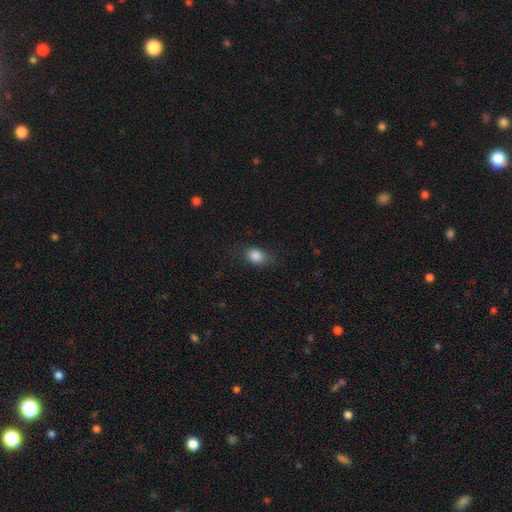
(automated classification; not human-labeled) This is clearly a smooth galaxy (85%). How rounded: likely in between (61%). Merging: likely none (71%).